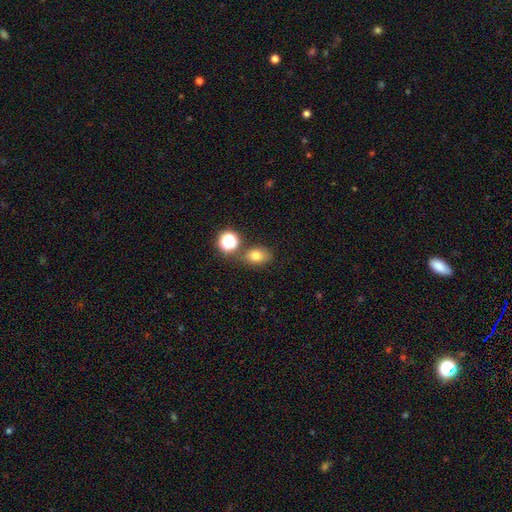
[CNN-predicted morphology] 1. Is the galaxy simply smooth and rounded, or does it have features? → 74% smooth, 15% star or artifact, 11% featured or disk.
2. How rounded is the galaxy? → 66% in between, 33% round, 1% cigar-shaped.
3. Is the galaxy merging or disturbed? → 71% none, 14% minor disturbance, 12% merger, 4% major disturbance.